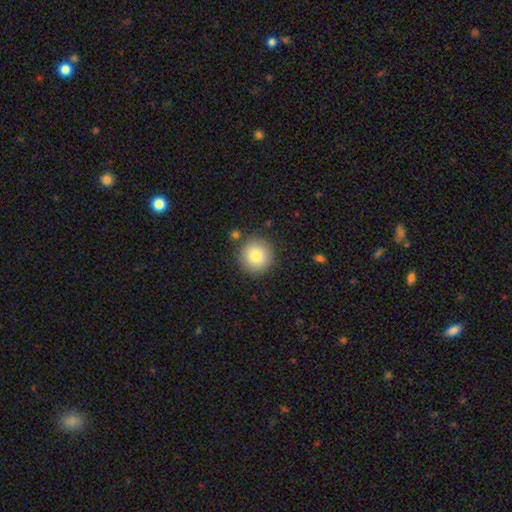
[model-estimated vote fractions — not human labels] Smooth or featured? Predicted: smooth (p=0.82). How rounded? Predicted: round (p=0.96). Merging? Predicted: none (p=0.86).